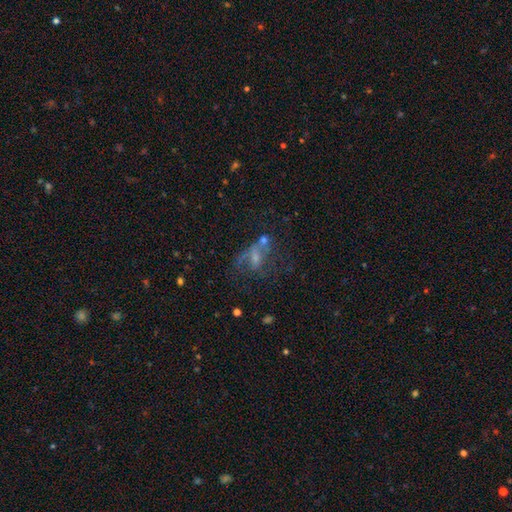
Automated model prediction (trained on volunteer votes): smooth_or_featured: featured or disk (p=0.53) [alt: smooth p=0.26]
disk_edge_on: no (p=0.94) [alt: yes p=0.06]
merging: major disturbance (p=0.37) [alt: none p=0.31]